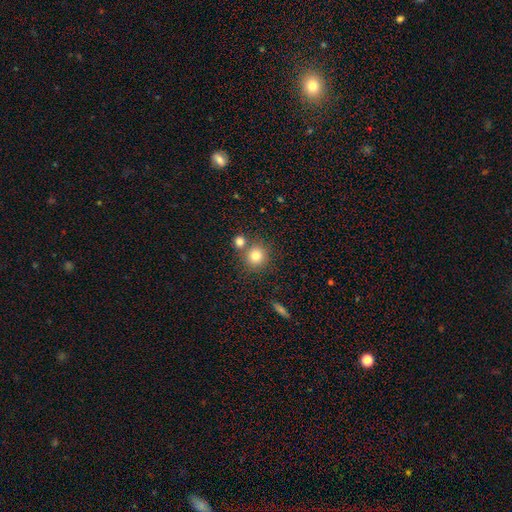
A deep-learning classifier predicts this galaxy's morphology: Q: Smooth or featured?
A: smooth (80%); runner-up: star or artifact (11%)
Q: How rounded?
A: round (91%); runner-up: in between (8%)
Q: Merging?
A: none (68%); runner-up: merger (21%)